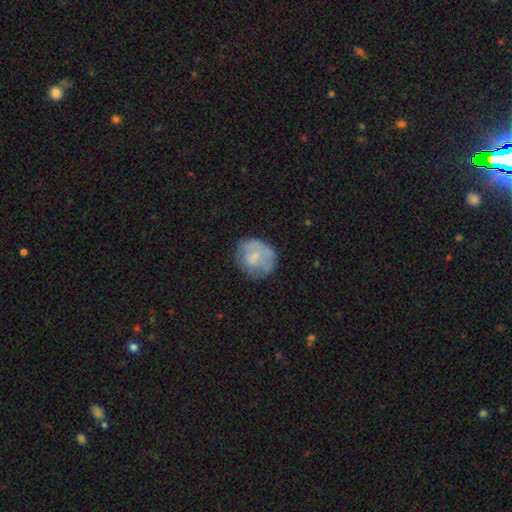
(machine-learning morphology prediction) This appears to be a smooth galaxy with no disk features (58%) that is round (77%). Merging: none (59%).